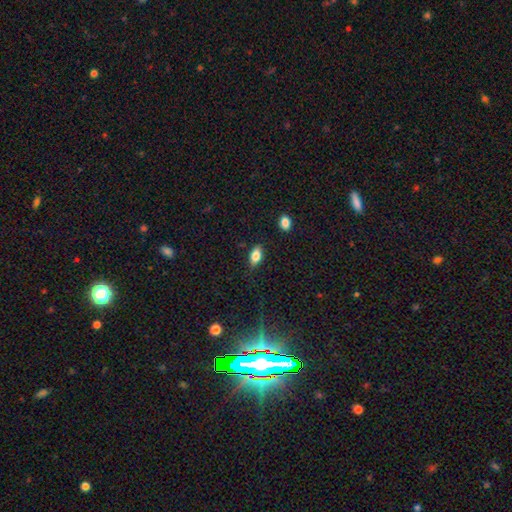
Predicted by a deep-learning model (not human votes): Smooth or featured? Predicted: smooth (p=0.82). How rounded? Predicted: in between (p=0.89). Merging? Predicted: none (p=0.84).